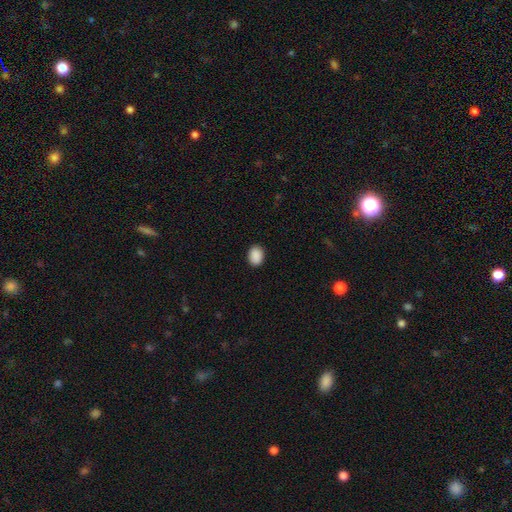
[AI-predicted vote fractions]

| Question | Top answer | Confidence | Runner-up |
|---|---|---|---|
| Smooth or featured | smooth | 90% | star or artifact (7%) |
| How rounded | in between | 63% | round (36%) |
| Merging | none | 90% | minor disturbance (7%) |